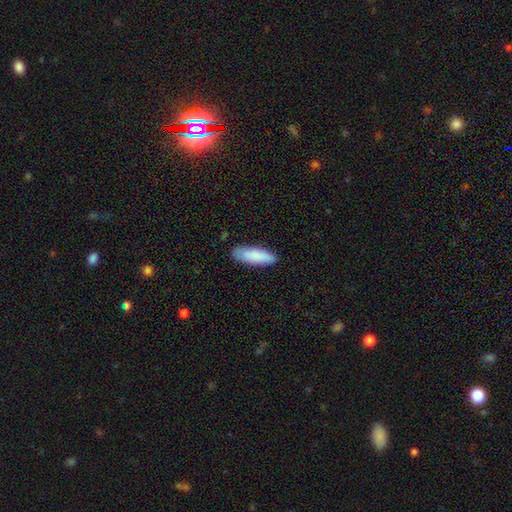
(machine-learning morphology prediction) smooth_or_featured: smooth (p=0.87) [alt: featured or disk p=0.07]
how_rounded: in between (p=0.55) [alt: cigar-shaped p=0.43]
merging: none (p=0.84) [alt: minor disturbance p=0.12]